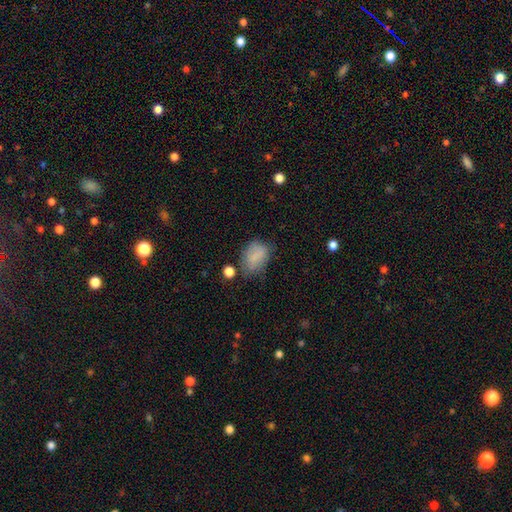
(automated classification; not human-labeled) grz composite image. It shows a smooth galaxy with no disk features (80%) that is in between round and cigar-shaped (75%). Merging: none (57%).